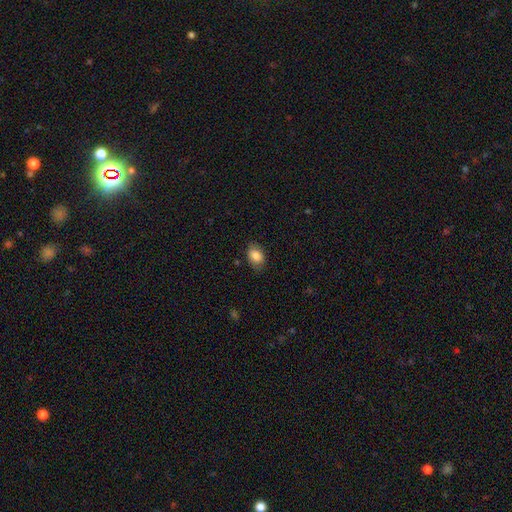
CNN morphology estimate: smooth-or-featured: smooth: 84% | featured or disk: 8% | star or artifact: 8%
  how-rounded: in between: 81% | round: 18% | cigar-shaped: 1%
  merging: none: 78% | minor disturbance: 16% | major disturbance: 4% | merger: 1%